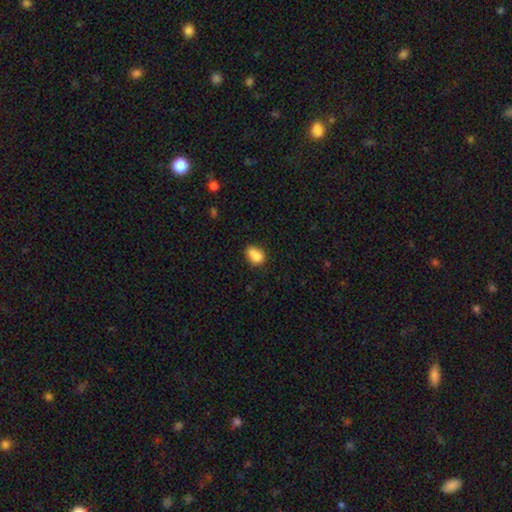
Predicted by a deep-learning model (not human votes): smooth 79%, featured or disk 12%, star or artifact 10%. Down the decision tree: how rounded — in between (67%); merging — none (42%).